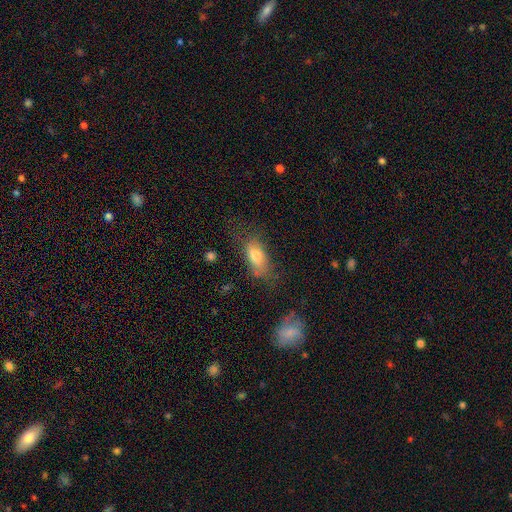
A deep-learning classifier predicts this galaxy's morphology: Smooth or featured: smooth — 73% (featured or disk — 19%)
How rounded: in between — 83% (cigar-shaped — 13%)
Merging: none — 54% (minor disturbance — 26%)